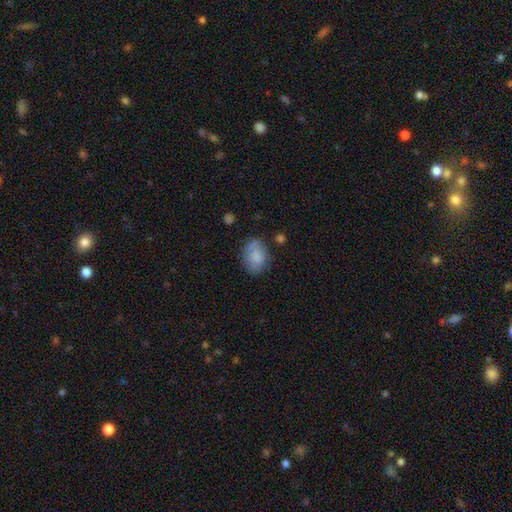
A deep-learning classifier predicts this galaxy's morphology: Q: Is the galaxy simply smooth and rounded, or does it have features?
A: smooth — 81%.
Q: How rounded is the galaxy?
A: in between — 70%.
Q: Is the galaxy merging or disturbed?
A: none — 66%.